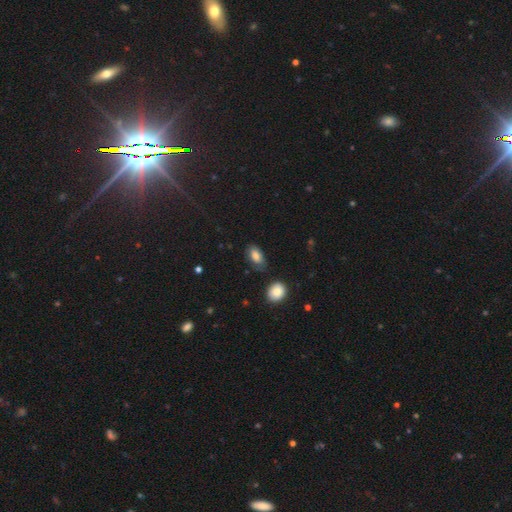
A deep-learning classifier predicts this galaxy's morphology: Smooth or featured? smooth (81%)
How rounded? in between (91%)
Merging? none (68%)